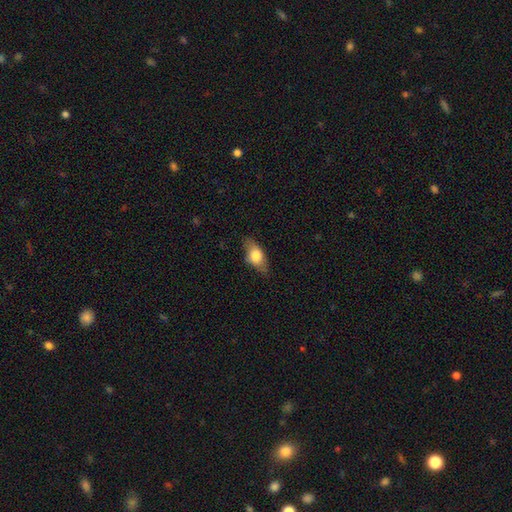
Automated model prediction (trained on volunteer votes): Smooth or featured: smooth — 70% (featured or disk — 23%)
How rounded: in between — 83% (cigar-shaped — 10%)
Merging: none — 71% (minor disturbance — 22%)